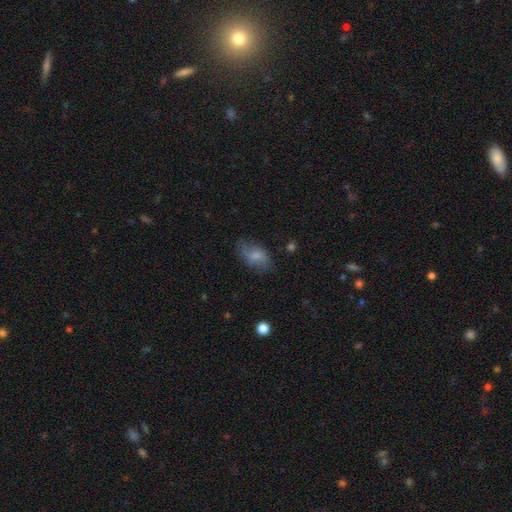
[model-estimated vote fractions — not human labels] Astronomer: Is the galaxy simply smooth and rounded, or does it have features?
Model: smooth — 64%.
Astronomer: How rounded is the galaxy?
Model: in between — 89%.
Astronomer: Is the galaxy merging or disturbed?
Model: none — 62%.